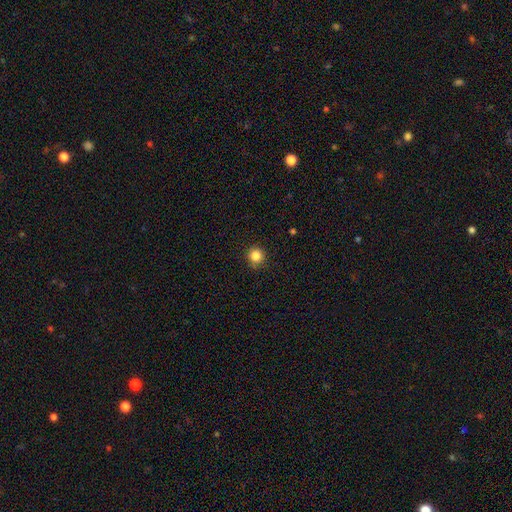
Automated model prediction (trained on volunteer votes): Q: Smooth or featured?
A: smooth (84%); runner-up: star or artifact (12%)
Q: How rounded?
A: round (94%); runner-up: in between (5%)
Q: Merging?
A: none (89%); runner-up: minor disturbance (8%)